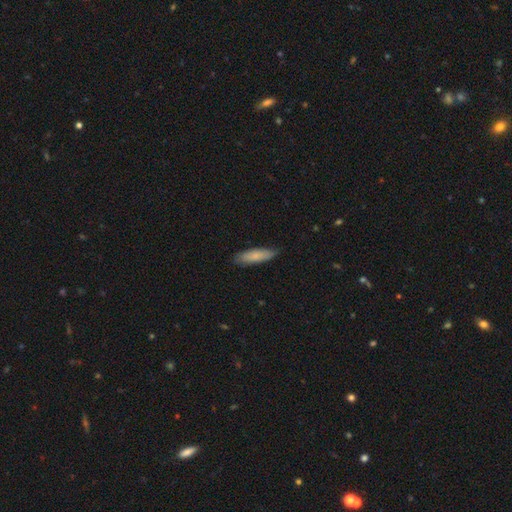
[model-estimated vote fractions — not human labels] Smooth or featured: smooth — 81% (featured or disk — 14%)
How rounded: cigar-shaped — 65% (in between — 33%)
Merging: none — 84% (minor disturbance — 13%)